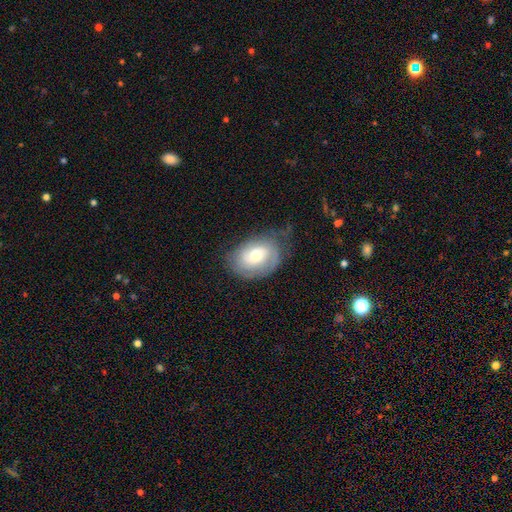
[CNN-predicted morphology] This is possibly a featured or disk galaxy (53%). It is clearly not viewed edge-on (95%). Bar: likely no (65%). Spiral arm pattern: likely yes (78%). Central bulge: likely moderate (61%). Merging: possibly none (58%).